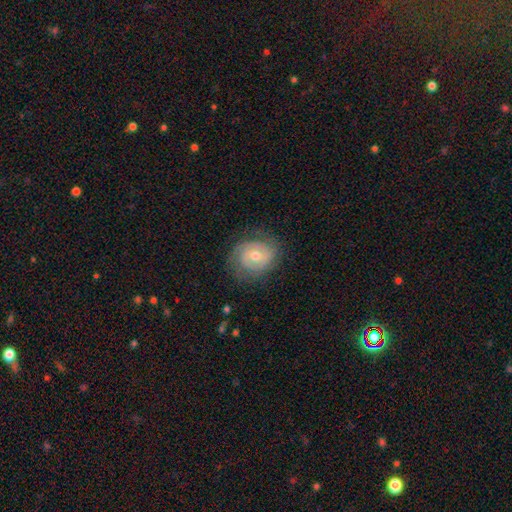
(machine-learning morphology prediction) This is likely a featured or disk galaxy (69%). It is clearly not viewed edge-on (97%). Bar: likely no (62%). Spiral arm pattern: clearly yes (81%). Spiral arm count: possibly 2 (50%). Spiral winding: likely tight (61%). Central bulge: likely moderate (67%). Merging: likely none (72%).